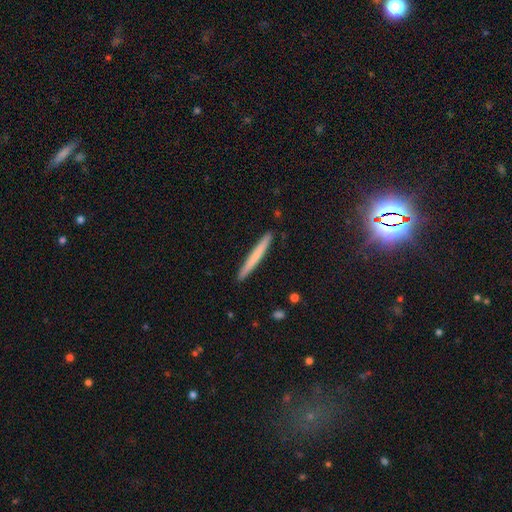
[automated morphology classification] This appears to be a smooth galaxy with no disk features (66%) that is cigar-shaped (97%). Merging: none (92%).